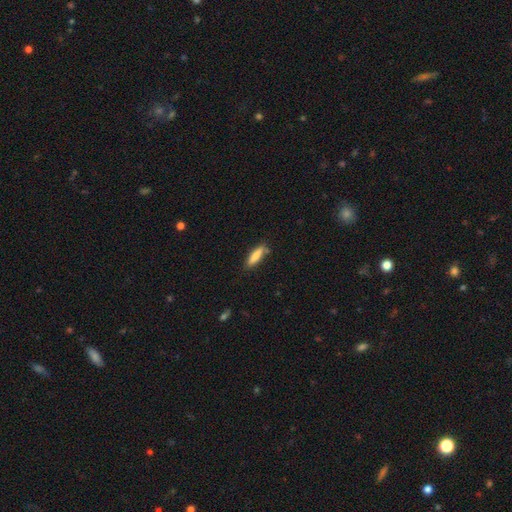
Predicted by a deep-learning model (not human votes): smooth_or_featured: smooth (p=0.81) [alt: featured or disk p=0.12]
how_rounded: cigar-shaped (p=0.65) [alt: in between p=0.33]
merging: none (p=0.71) [alt: minor disturbance p=0.22]